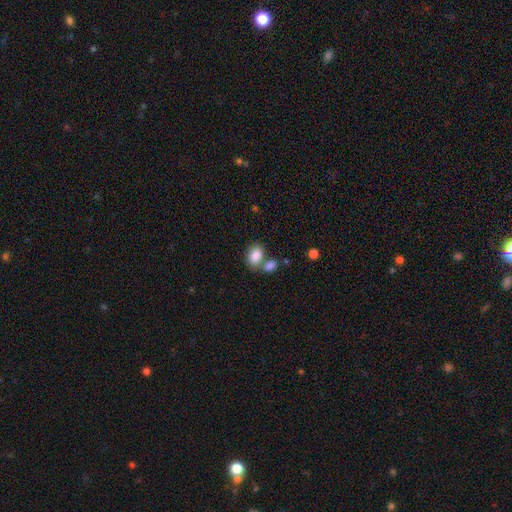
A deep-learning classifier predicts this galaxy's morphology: Smooth or featured: smooth — 85% (star or artifact — 8%)
How rounded: in between — 83% (round — 16%)
Merging: none — 46% (merger — 39%)